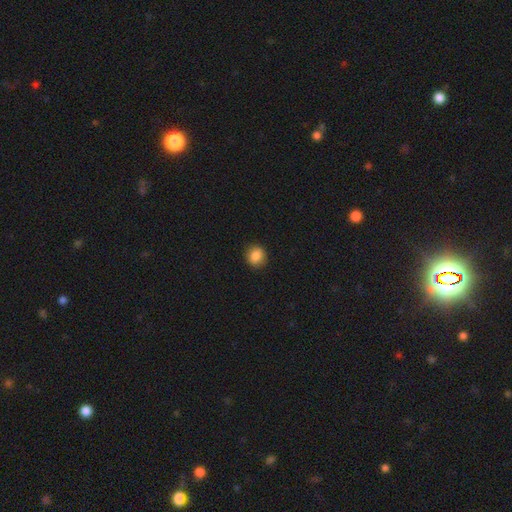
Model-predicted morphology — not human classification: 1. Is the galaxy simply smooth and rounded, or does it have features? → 86% smooth, 9% star or artifact, 5% featured or disk.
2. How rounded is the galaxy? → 78% round, 21% in between, 1% cigar-shaped.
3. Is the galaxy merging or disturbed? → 89% none, 8% minor disturbance, 2% major disturbance, 1% merger.